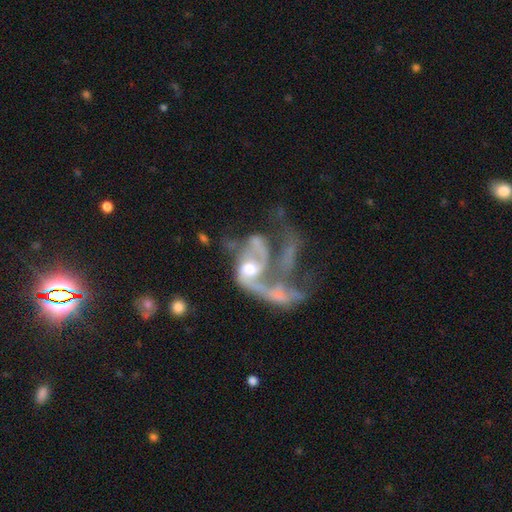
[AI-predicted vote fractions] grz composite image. It shows a featured or disk galaxy (84%) with no bar (64%), 2 (46%) loose (50%) spiral arms (83%) and a moderate central bulge (64%). Merging: major disturbance (42%).